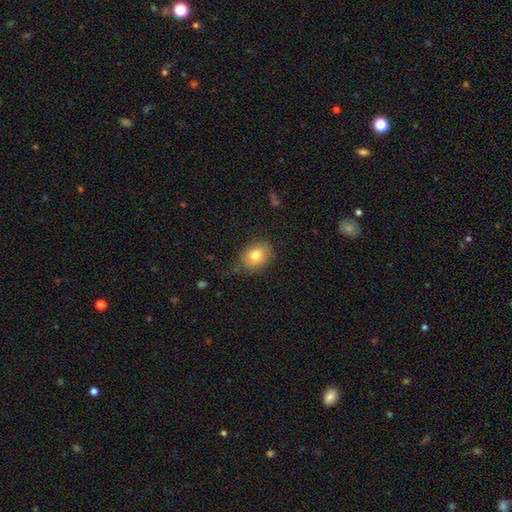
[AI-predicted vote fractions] Smooth or featured? smooth (79%)
How rounded? in between (58%)
Merging? none (75%)